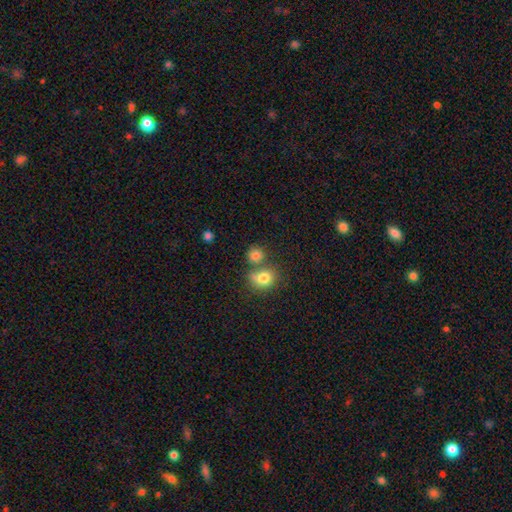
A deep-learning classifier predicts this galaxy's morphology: type=smooth (80%); roundness=round (80%); merging=none (56%).